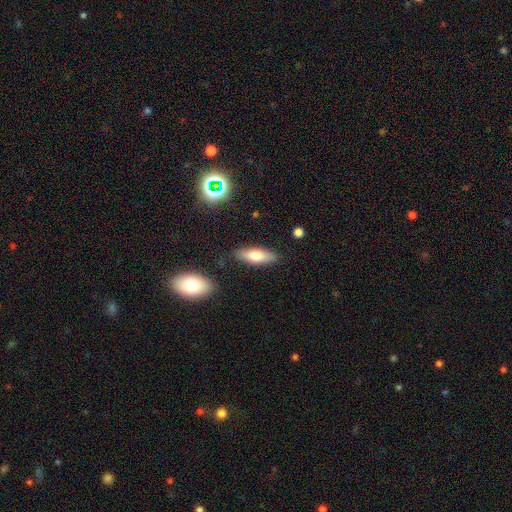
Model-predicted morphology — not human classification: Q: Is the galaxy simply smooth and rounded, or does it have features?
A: smooth — 69%.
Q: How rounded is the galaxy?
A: in between — 56%.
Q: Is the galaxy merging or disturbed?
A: none — 85%.